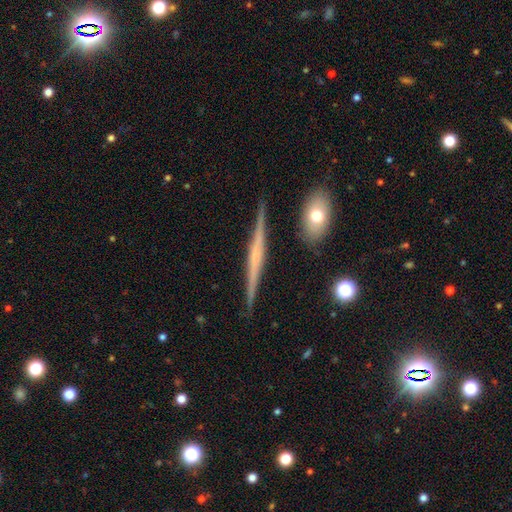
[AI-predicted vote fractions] Smooth or featured: featured or disk — 73% (smooth — 21%)
Edge-on disk: yes — 98% (no — 2%)
Edge-on bulge: none — 51% (rounded — 31%)
Merging: none — 88% (minor disturbance — 8%)